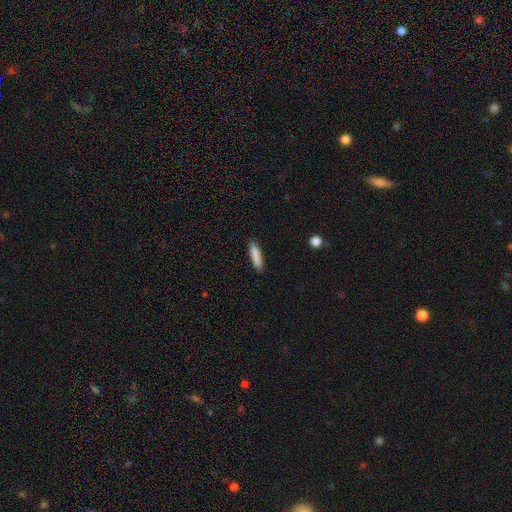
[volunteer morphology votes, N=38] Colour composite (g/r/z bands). It shows a smooth galaxy with no disk features (95%) that is cigar-shaped (86%). Merging: none (92%).